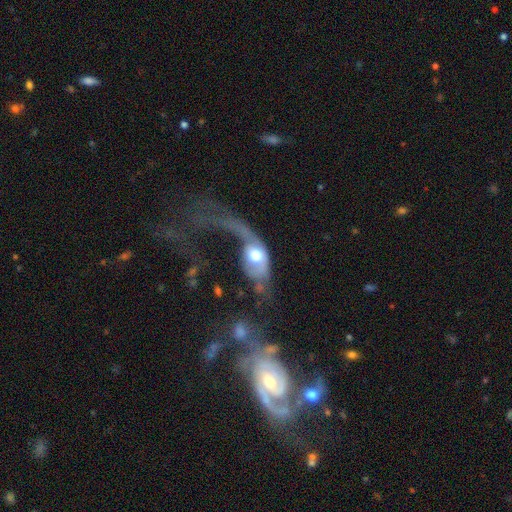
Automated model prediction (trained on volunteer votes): Morphology: type=smooth (47%); merging=major disturbance (69%).